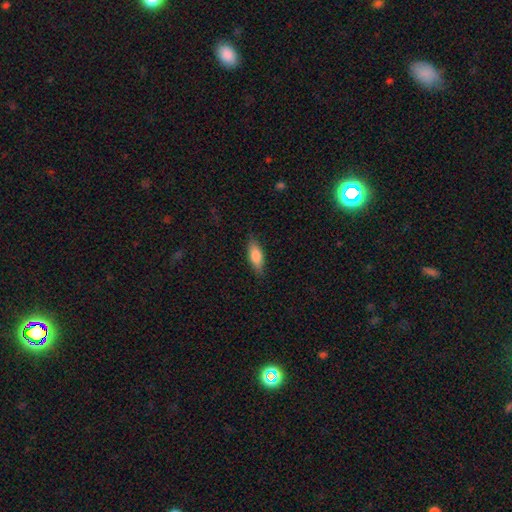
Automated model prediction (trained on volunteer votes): This is likely a smooth galaxy (80%). How rounded: likely in between (68%). Merging: clearly none (84%).